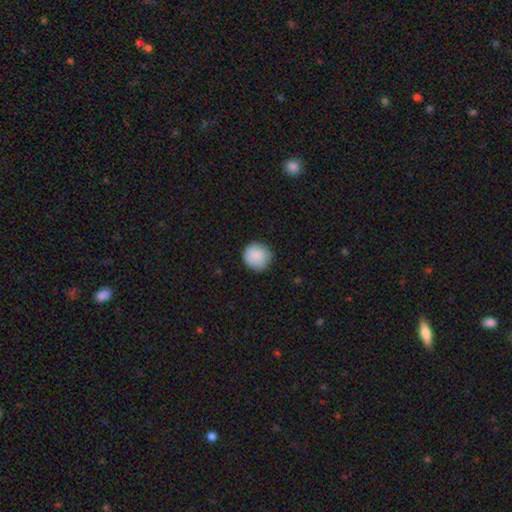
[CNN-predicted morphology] smooth 87%, star or artifact 7%, featured or disk 6%. Down the decision tree: how rounded — round (93%); merging — none (84%).